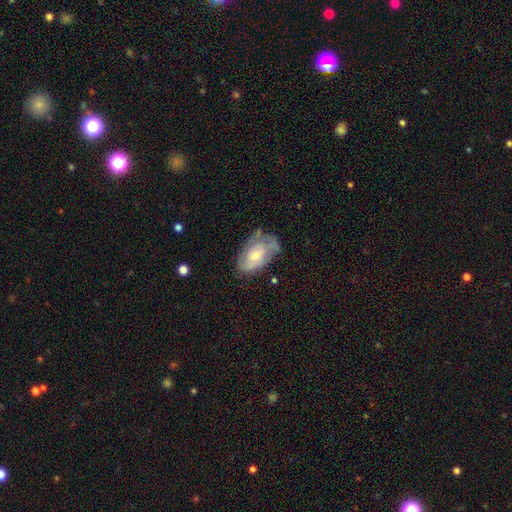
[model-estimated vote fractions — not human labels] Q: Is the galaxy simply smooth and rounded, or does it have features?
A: featured or disk — 51%.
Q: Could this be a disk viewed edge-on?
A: no — 94%.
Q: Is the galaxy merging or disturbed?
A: none — 45%.